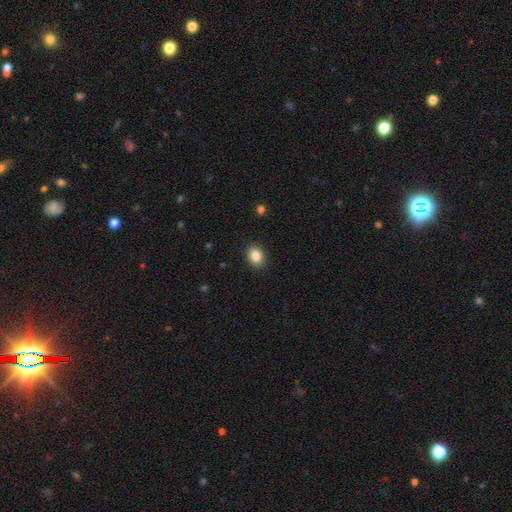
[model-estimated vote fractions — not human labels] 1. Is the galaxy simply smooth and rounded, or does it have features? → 87% smooth, 9% star or artifact, 5% featured or disk.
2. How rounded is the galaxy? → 63% in between, 36% round, 1% cigar-shaped.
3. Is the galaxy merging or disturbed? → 90% none, 7% minor disturbance, 2% major disturbance, 1% merger.